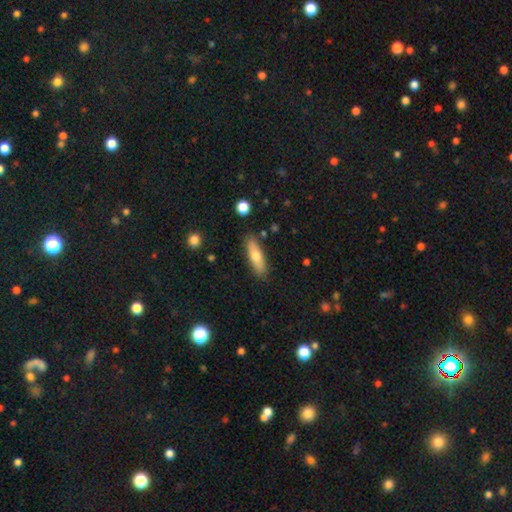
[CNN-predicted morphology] Smooth or featured?
  - smooth: 65% *
  - featured or disk: 28%
  - star or artifact: 7%
How rounded?
  - cigar-shaped: 56% *
  - in between: 42%
  - round: 2%
Merging?
  - none: 85% *
  - minor disturbance: 11%
  - major disturbance: 2%
  - merger: 2%